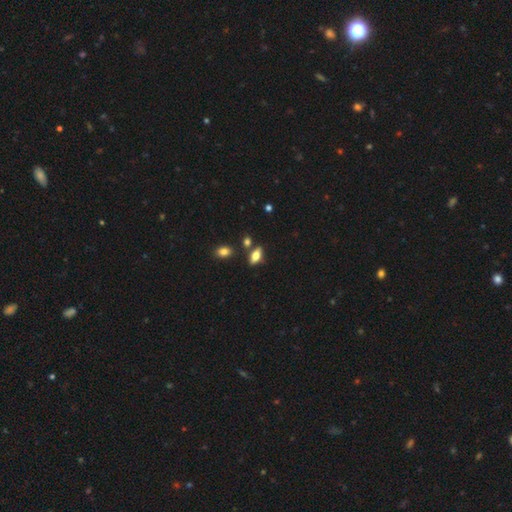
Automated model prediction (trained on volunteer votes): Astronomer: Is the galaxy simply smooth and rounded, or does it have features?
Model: smooth — 65%.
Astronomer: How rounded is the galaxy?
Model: in between — 80%.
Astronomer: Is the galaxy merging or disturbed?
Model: none — 77%.